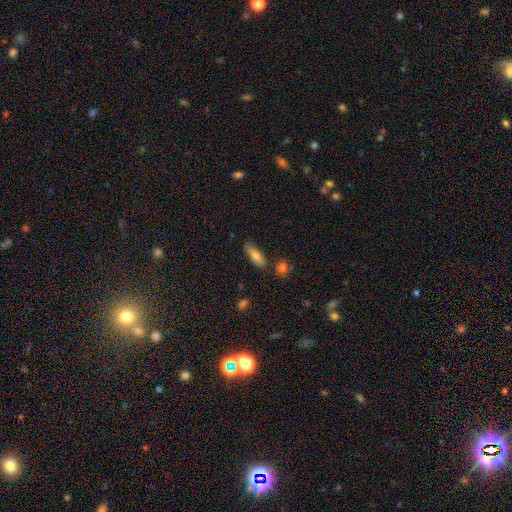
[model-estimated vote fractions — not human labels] The model was most divided on "how rounded": in between: 59%, cigar-shaped: 38%, round: 3%. More confident: merging — none (77%); smooth or featured — smooth (72%).